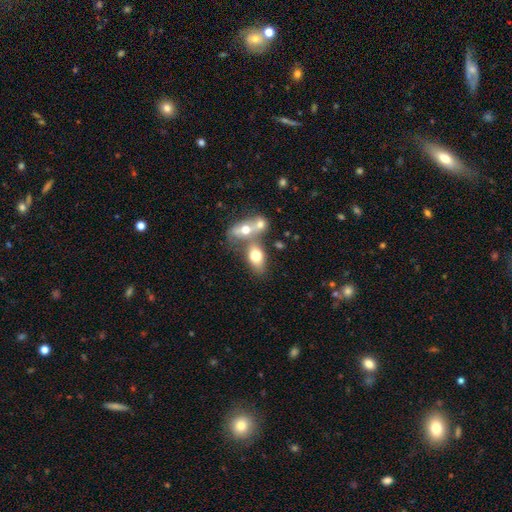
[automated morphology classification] A smooth galaxy with no disk features (70%) that is in between round and cigar-shaped (85%). Merging: merger (52%).